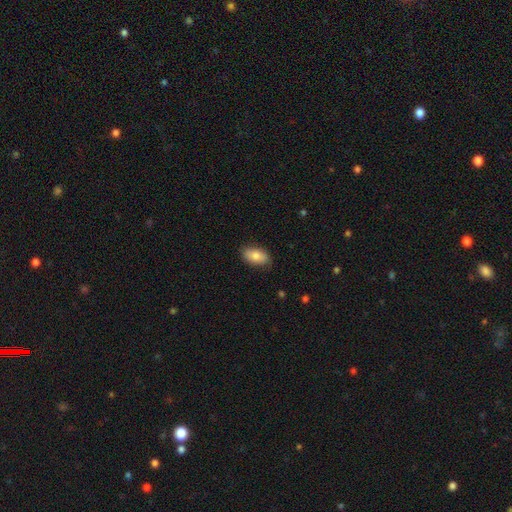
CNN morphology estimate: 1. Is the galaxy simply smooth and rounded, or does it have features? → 81% smooth, 12% featured or disk, 7% star or artifact.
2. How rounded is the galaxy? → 92% in between, 5% round, 3% cigar-shaped.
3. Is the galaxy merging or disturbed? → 84% none, 13% minor disturbance, 2% major disturbance, 1% merger.